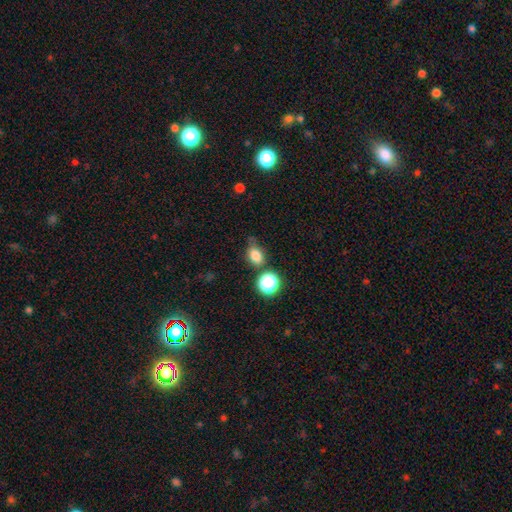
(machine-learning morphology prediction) Q: Smooth or featured?
A: smooth (80%); runner-up: star or artifact (14%)
Q: How rounded?
A: in between (59%); runner-up: round (40%)
Q: Merging?
A: none (62%); runner-up: minor disturbance (22%)